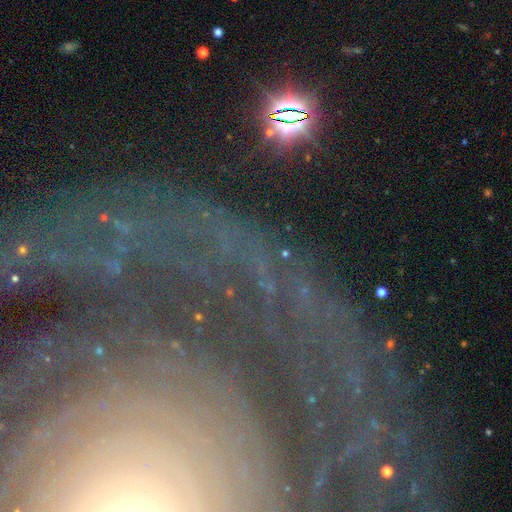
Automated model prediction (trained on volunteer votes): star or artifact 52%, featured or disk 35%, smooth 14%.